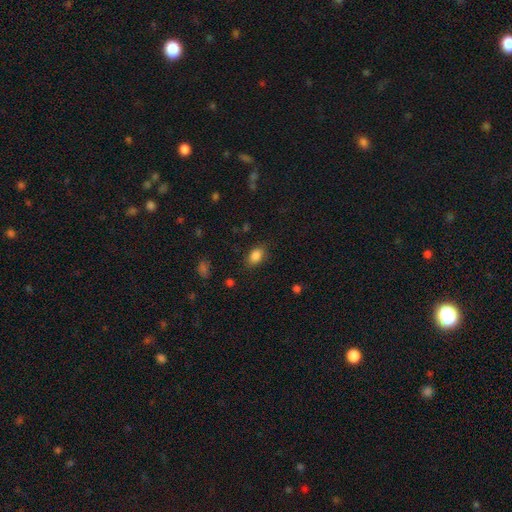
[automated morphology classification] smooth 85%, star or artifact 10%, featured or disk 5%. Down the decision tree: how rounded — in between (80%); merging — none (82%).